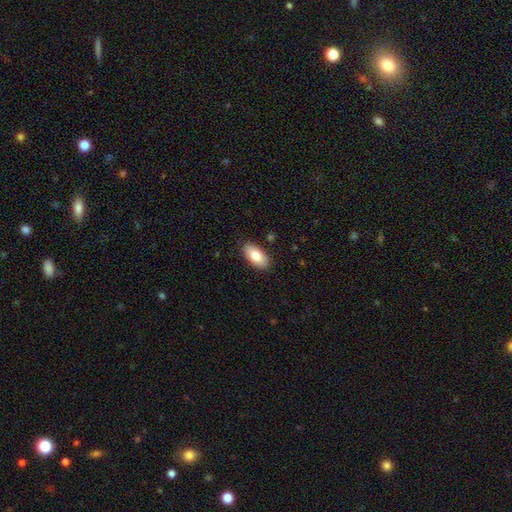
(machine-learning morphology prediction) Smooth or featured?
  - smooth: 80% *
  - featured or disk: 13%
  - star or artifact: 6%
How rounded?
  - in between: 92% *
  - cigar-shaped: 5%
  - round: 3%
Merging?
  - none: 87% *
  - minor disturbance: 9%
  - major disturbance: 2%
  - merger: 1%